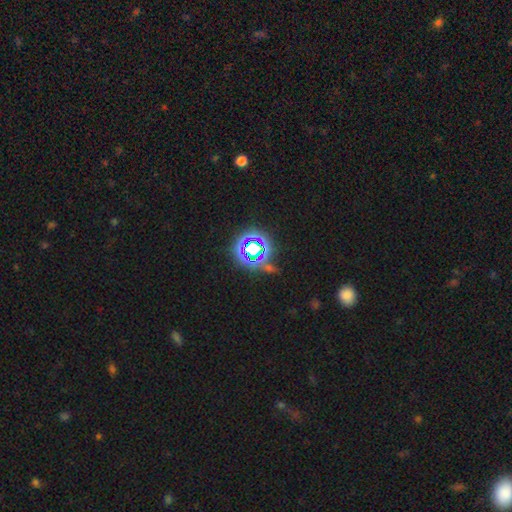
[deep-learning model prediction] Smooth or featured?
  - star or artifact: 73% *
  - smooth: 18%
  - featured or disk: 9%